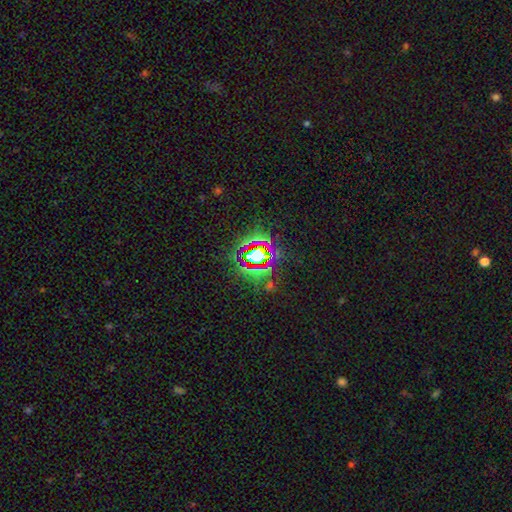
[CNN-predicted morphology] Smooth or featured?
  - star or artifact: 72% *
  - smooth: 17%
  - featured or disk: 11%